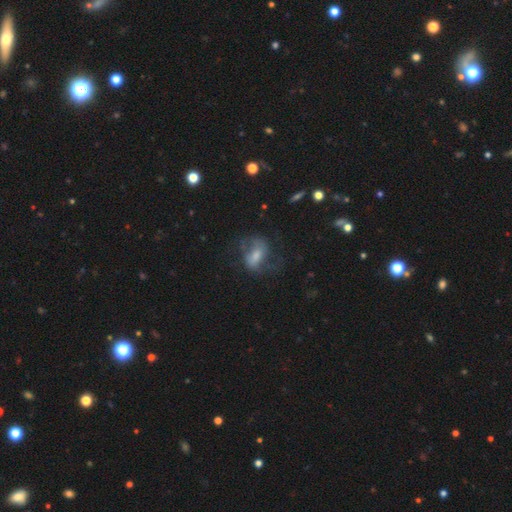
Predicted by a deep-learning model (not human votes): smooth_or_featured: featured or disk (p=0.50) [alt: smooth p=0.36]
disk_edge_on: no (p=0.93) [alt: yes p=0.07]
merging: none (p=0.52) [alt: major disturbance p=0.25]